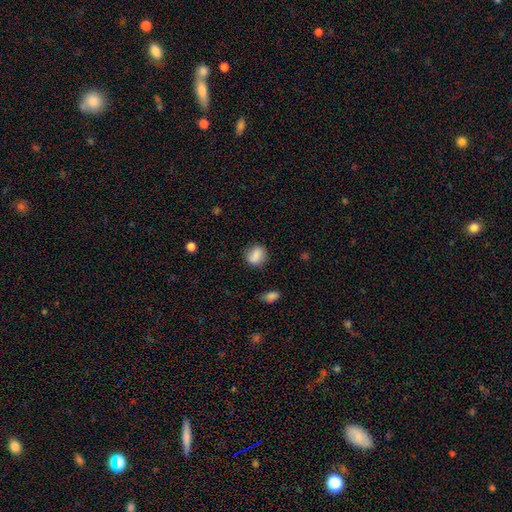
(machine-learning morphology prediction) Smooth or featured?
  - smooth: 85% *
  - star or artifact: 8%
  - featured or disk: 7%
How rounded?
  - round: 52% *
  - in between: 46%
  - cigar-shaped: 2%
Merging?
  - none: 79% *
  - minor disturbance: 14%
  - major disturbance: 4%
  - merger: 2%